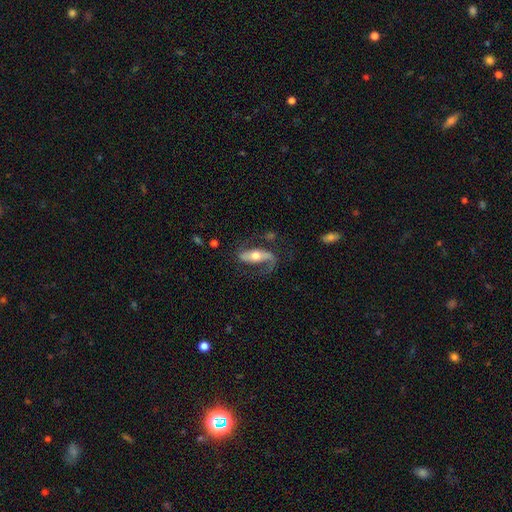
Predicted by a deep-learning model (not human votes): featured or disk 71%, smooth 23%, star or artifact 6%. Down the decision tree: edge-on disk — no (82%); bar — strong (44%); spiral arms — yes (86%); spiral arm count — 2 (70%); spiral winding — loose (50%); bulge size — moderate (67%); merging — none (58%).